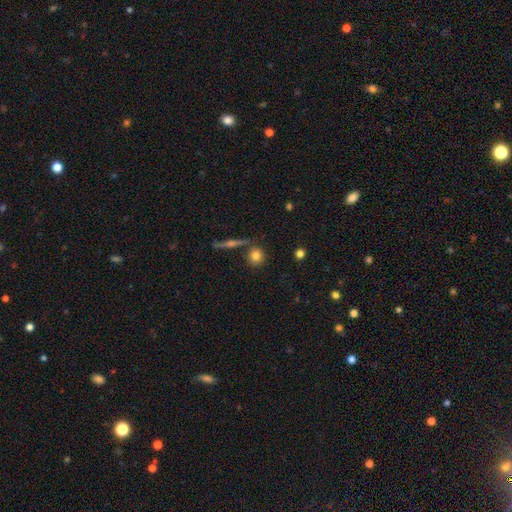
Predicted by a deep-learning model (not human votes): Q: Smooth or featured?
A: smooth (79%); runner-up: featured or disk (12%)
Q: How rounded?
A: round (86%); runner-up: in between (12%)
Q: Merging?
A: none (80%); runner-up: minor disturbance (9%)